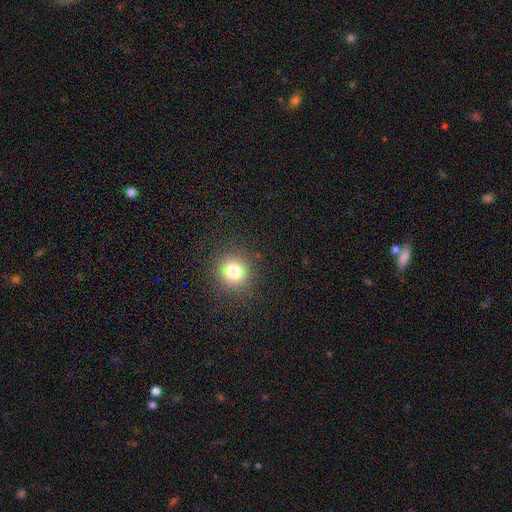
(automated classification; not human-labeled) smooth 70%, star or artifact 25%, featured or disk 5%. Down the decision tree: how rounded — round (93%); merging — none (93%).